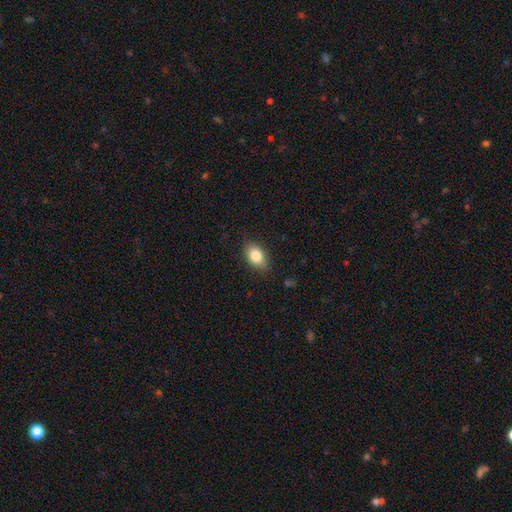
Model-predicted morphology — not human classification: This appears to be a smooth galaxy with no disk features (83%) that is in between round and cigar-shaped (85%). Merging: none (83%).